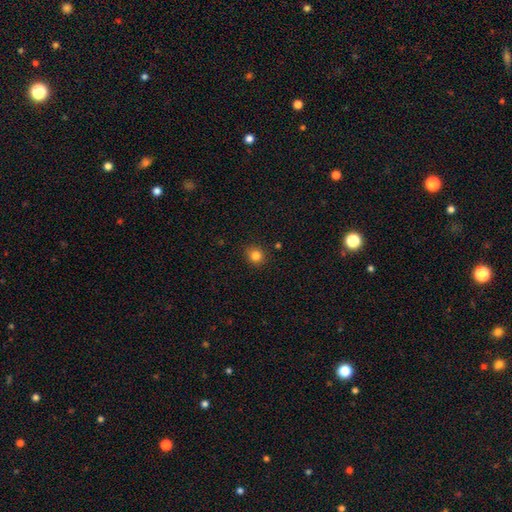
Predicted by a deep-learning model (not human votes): smooth_or_featured: smooth (p=0.82) [alt: star or artifact p=0.12]
how_rounded: round (p=0.89) [alt: in between p=0.10]
merging: none (p=0.89) [alt: minor disturbance p=0.07]